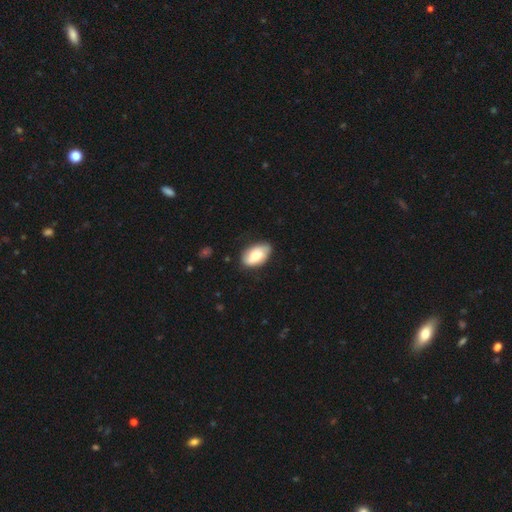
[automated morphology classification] Smooth or featured: smooth — 67% (featured or disk — 26%)
How rounded: in between — 93% (round — 5%)
Merging: none — 72% (minor disturbance — 22%)